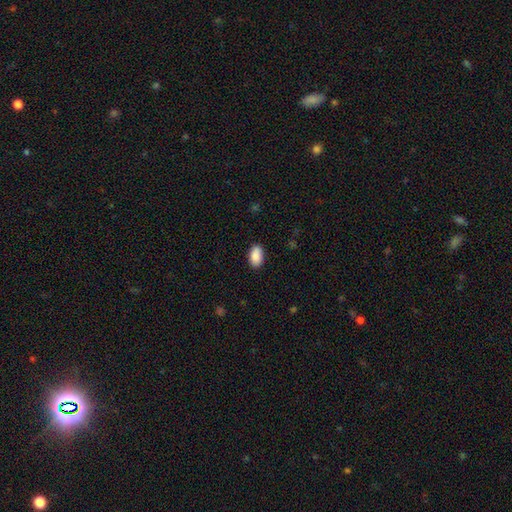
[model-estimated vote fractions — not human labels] Smooth or featured? smooth (90%)
How rounded? in between (94%)
Merging? none (87%)